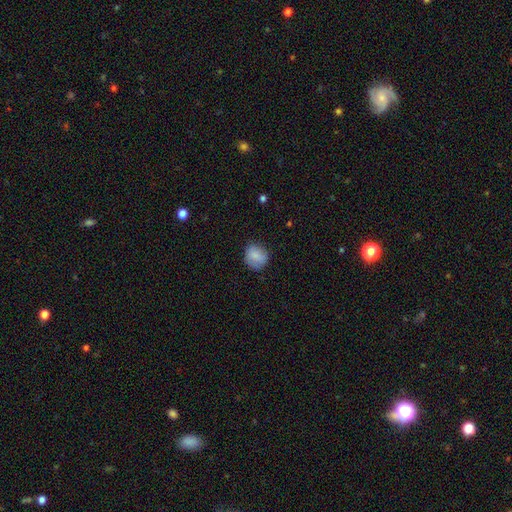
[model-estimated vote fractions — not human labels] A smooth galaxy with no disk features (83%) that is round (71%).

Vote fractions:
- Smooth or featured? smooth: 83% / featured or disk: 9% / star or artifact: 8%
- How rounded? round: 71% / in between: 28% / cigar-shaped: 1%
- Merging? none: 75% / minor disturbance: 19% / major disturbance: 5% / merger: 1%